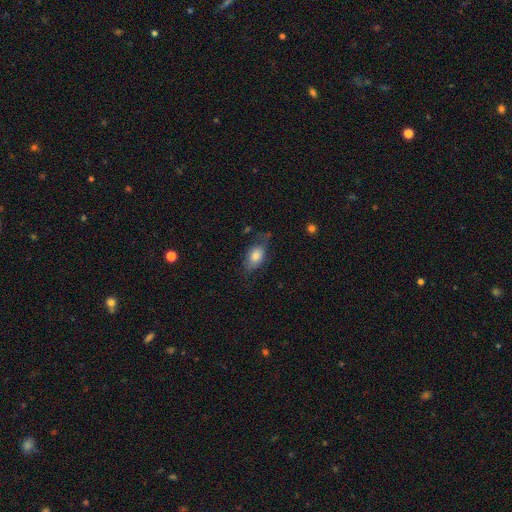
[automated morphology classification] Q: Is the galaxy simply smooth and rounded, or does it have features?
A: smooth — 76%.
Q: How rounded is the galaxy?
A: in between — 86%.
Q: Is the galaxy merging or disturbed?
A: none — 55%.